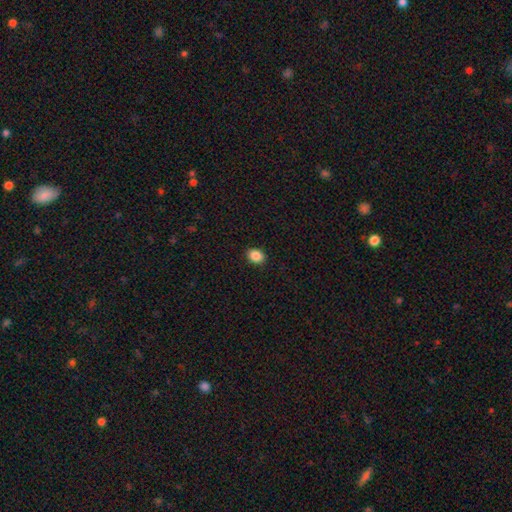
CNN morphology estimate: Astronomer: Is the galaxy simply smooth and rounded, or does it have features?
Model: smooth — 88%.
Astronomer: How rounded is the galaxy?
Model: in between — 65%.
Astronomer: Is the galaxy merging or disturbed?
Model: none — 90%.